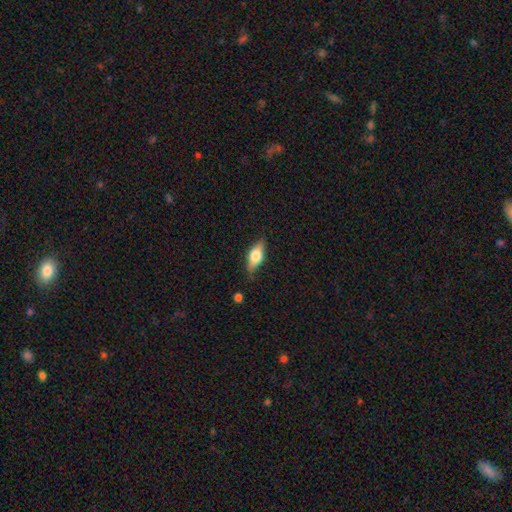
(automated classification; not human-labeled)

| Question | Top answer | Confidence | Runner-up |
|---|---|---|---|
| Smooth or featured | smooth | 57% | featured or disk (36%) |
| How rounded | in between | 75% | cigar-shaped (20%) |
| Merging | none | 81% | minor disturbance (14%) |